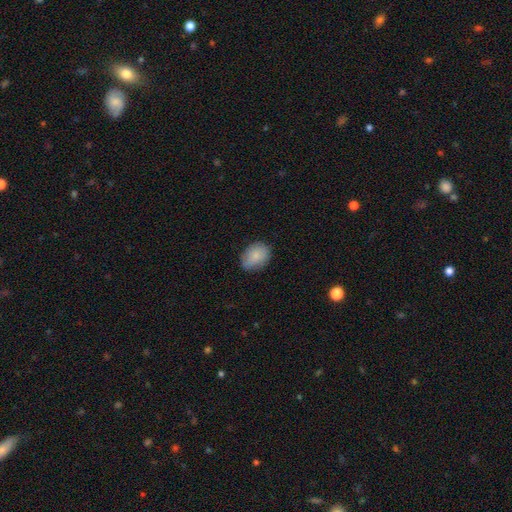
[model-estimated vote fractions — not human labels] A smooth galaxy with no disk features (83%) that is in between round and cigar-shaped (69%). Merging: none (77%).